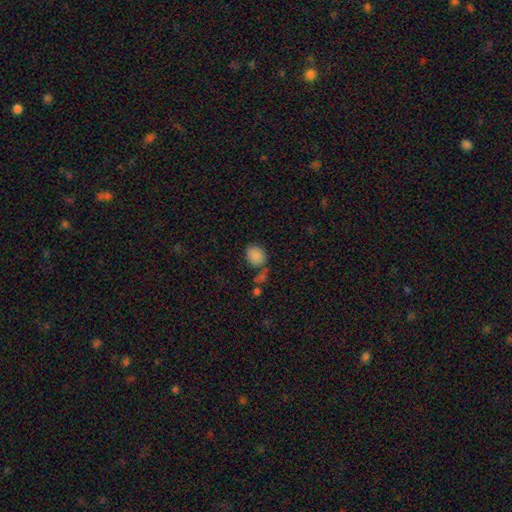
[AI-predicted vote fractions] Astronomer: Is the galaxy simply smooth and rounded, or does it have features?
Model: smooth — 84%.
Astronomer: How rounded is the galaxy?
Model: round — 54% (runner-up: in between, 45%).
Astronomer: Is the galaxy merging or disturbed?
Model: none — 60%.